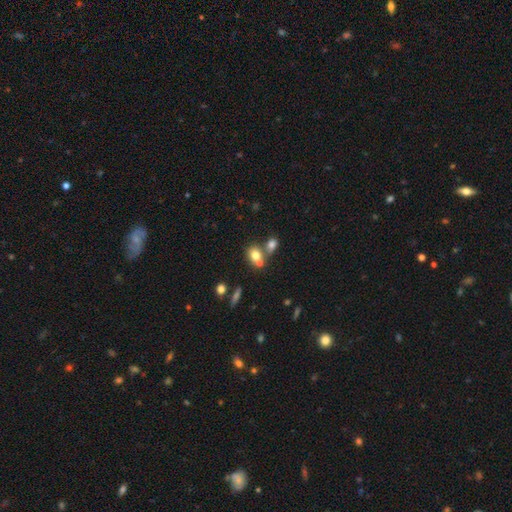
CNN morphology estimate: smooth_or_featured: smooth (p=0.75) [alt: featured or disk p=0.13]
how_rounded: round (p=0.51) [alt: in between p=0.47]
merging: merger (p=0.43) [alt: none p=0.42]